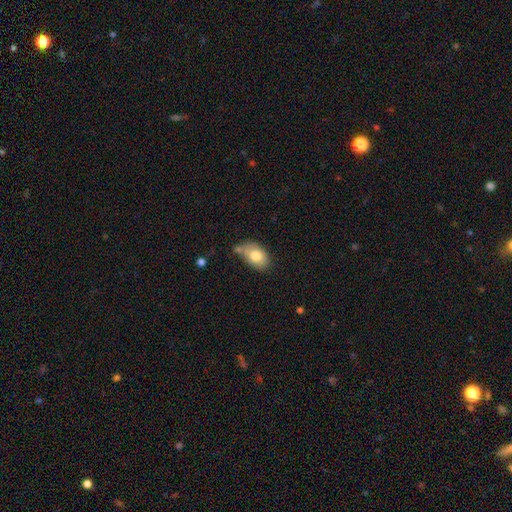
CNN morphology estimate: smooth-or-featured: smooth: 78% | featured or disk: 15% | star or artifact: 8%
  how-rounded: in between: 87% | round: 12% | cigar-shaped: 1%
  merging: none: 54% | minor disturbance: 25% | merger: 15% | major disturbance: 6%